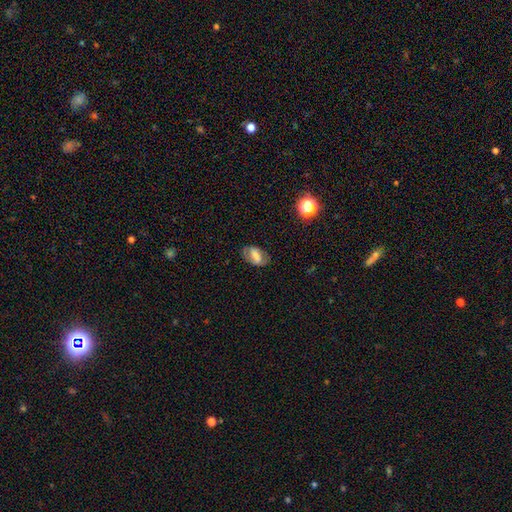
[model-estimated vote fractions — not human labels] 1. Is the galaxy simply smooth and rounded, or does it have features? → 52% smooth, 38% featured or disk, 10% star or artifact.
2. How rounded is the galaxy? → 88% in between, 8% round, 3% cigar-shaped.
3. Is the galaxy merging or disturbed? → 72% none, 18% minor disturbance, 8% major disturbance, 1% merger.